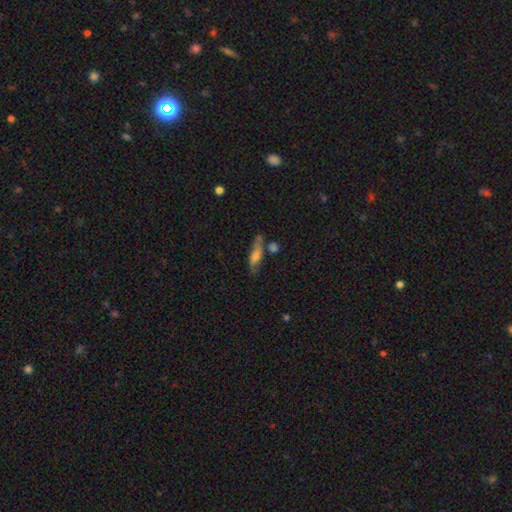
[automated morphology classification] Smooth or featured: smooth — 55% (featured or disk — 34%)
How rounded: cigar-shaped — 59% (in between — 37%)
Merging: none — 57% (minor disturbance — 21%)